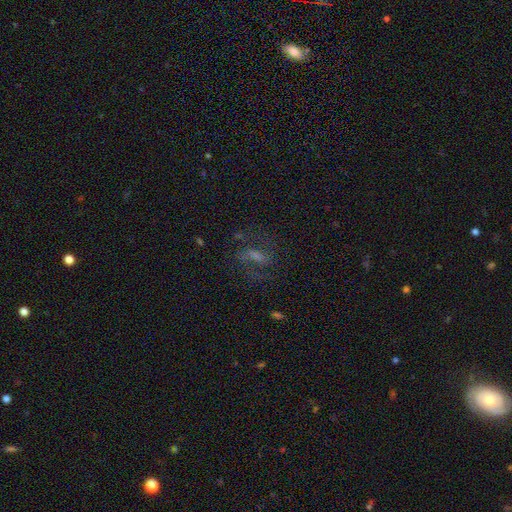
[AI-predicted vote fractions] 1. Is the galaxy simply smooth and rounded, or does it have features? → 60% featured or disk, 23% smooth, 18% star or artifact.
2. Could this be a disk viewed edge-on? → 93% no, 7% yes.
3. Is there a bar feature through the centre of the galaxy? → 44% weak, 34% strong, 22% no.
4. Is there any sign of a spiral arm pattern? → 86% yes, 14% no.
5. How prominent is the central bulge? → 32% moderate, 31% small, 25% none, 10% large, 2% dominant.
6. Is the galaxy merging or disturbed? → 67% none, 15% major disturbance, 15% minor disturbance, 2% merger.